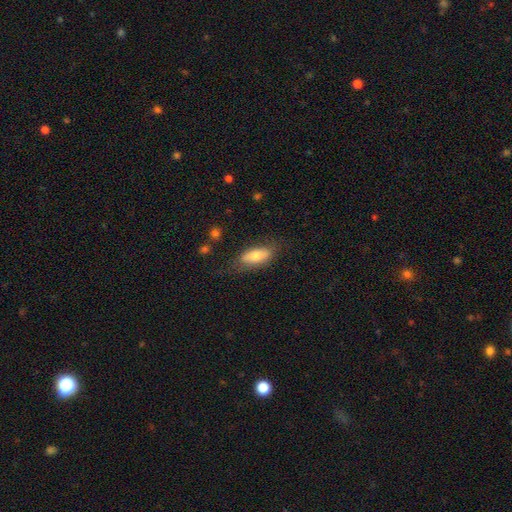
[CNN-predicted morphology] Smooth or featured: smooth — 69% (featured or disk — 24%)
How rounded: in between — 78% (cigar-shaped — 19%)
Merging: none — 70% (minor disturbance — 21%)